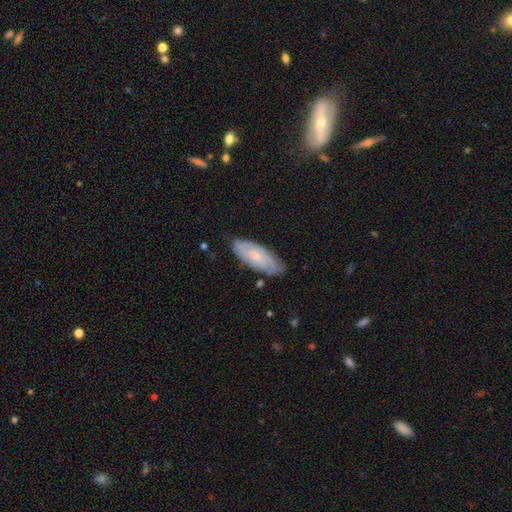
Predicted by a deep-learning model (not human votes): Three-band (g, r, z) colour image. It shows a featured or disk galaxy (58%). Merging: none (76%).